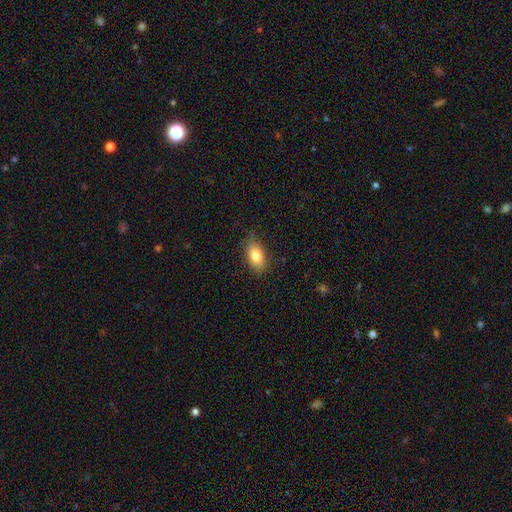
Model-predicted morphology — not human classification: Smooth or featured? Predicted: smooth (p=0.82). How rounded? Predicted: in between (p=0.89). Merging? Predicted: none (p=0.81).